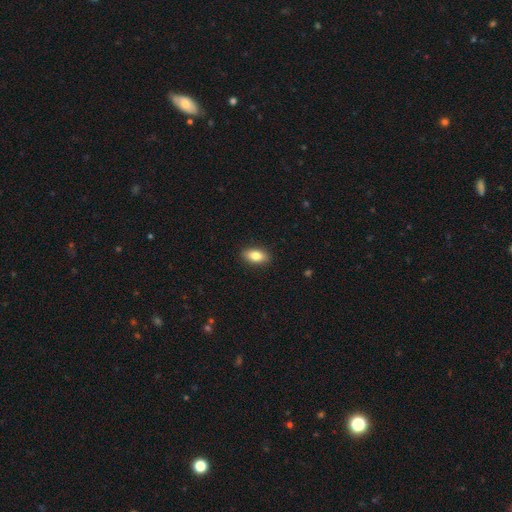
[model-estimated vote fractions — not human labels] The model was most divided on "smooth or featured": smooth: 83%, featured or disk: 10%, star or artifact: 7%. More confident: merging — none (90%); how rounded — in between (89%).